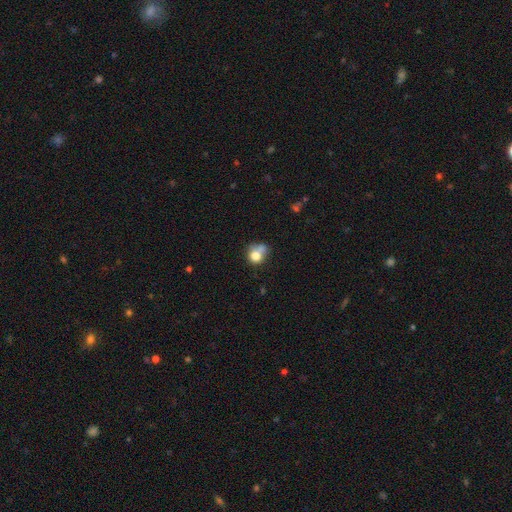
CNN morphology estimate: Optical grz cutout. It shows a smooth galaxy with no disk features (74%) that is round (73%). Merging: none (38%).